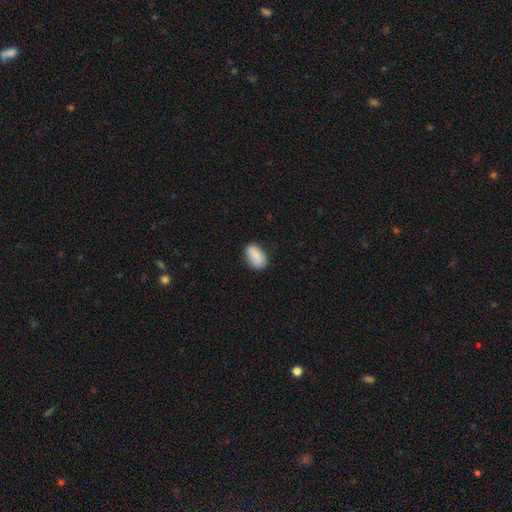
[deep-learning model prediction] Smooth or featured: smooth — 81% (featured or disk — 12%)
How rounded: in between — 89% (round — 9%)
Merging: none — 76% (minor disturbance — 18%)